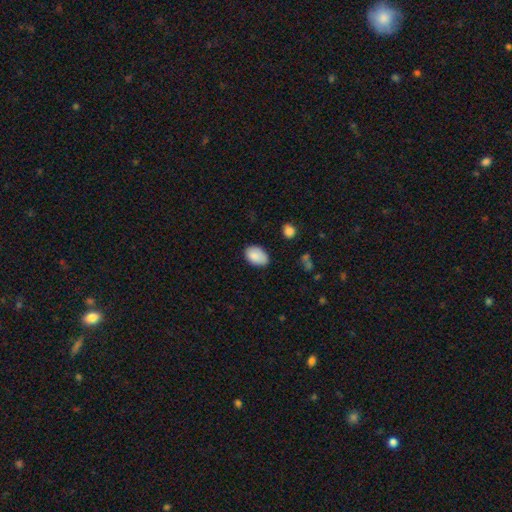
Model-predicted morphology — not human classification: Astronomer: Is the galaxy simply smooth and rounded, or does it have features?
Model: smooth — 87%.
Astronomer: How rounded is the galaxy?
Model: in between — 89%.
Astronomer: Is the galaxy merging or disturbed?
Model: none — 75%.